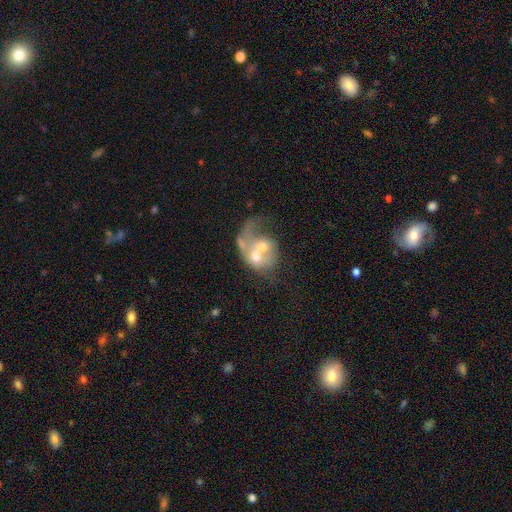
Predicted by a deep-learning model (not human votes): This is likely a featured or disk galaxy (62%). It is clearly not viewed edge-on (97%). Bar: clearly no (81%). Spiral arm pattern: possibly yes (52%). Central bulge: likely moderate (61%). Merging: likely merger (66%).